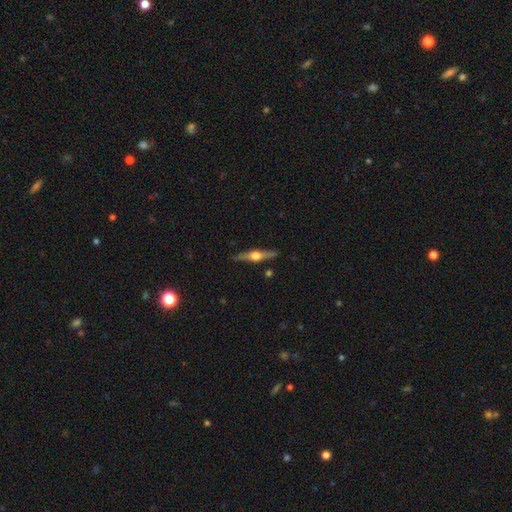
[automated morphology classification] smooth-or-featured: featured or disk: 76% | smooth: 18% | star or artifact: 5%
  disk-edge-on: yes: 97% | no: 3%
    edge-on-bulge: rounded: 95% | boxy: 3% | none: 2%
  merging: none: 89% | minor disturbance: 8% | major disturbance: 2% | merger: 1%